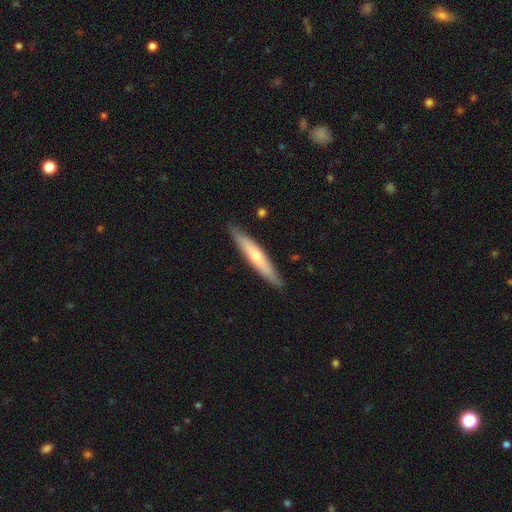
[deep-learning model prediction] Smooth or featured?
  - featured or disk: 49% *
  - smooth: 46%
  - star or artifact: 5%
Merging?
  - none: 89% *
  - minor disturbance: 8%
  - major disturbance: 1%
  - merger: 1%